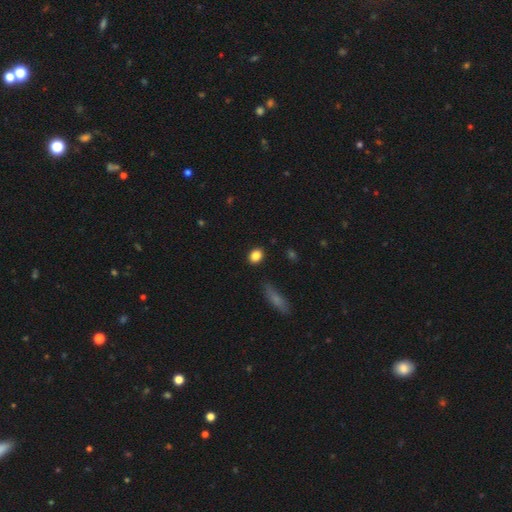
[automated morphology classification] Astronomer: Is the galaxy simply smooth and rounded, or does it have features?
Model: smooth — 85%.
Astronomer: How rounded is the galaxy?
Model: round — 49%, tied with in between at 49%.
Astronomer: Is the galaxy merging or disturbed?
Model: none — 89%.